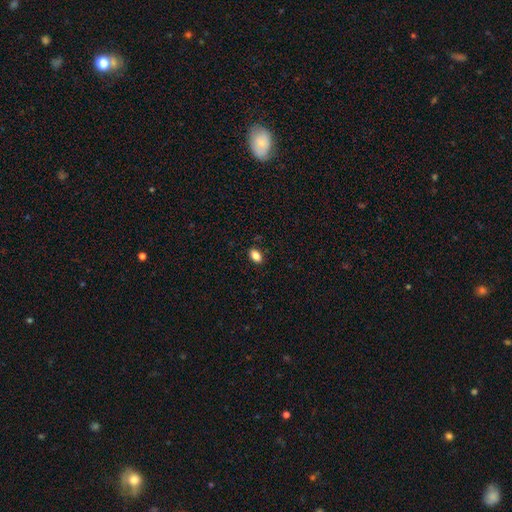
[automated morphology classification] type=smooth (85%); roundness=in between (90%); merging=none (88%).